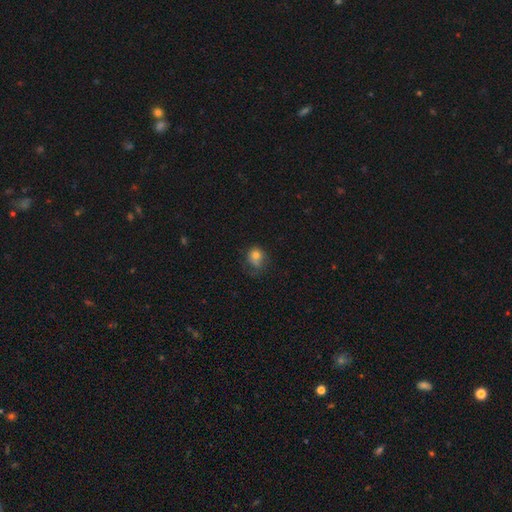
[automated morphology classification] Smooth or featured: smooth — 75% (featured or disk — 14%)
How rounded: round — 67% (in between — 32%)
Merging: none — 43% (minor disturbance — 30%)